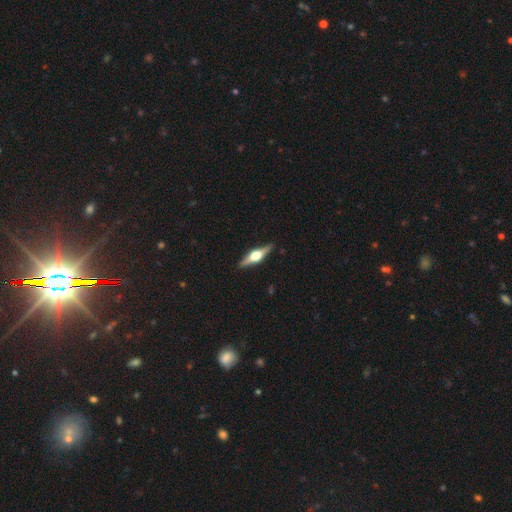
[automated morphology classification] featured or disk 77%, smooth 18%, star or artifact 5%. Down the decision tree: edge-on disk — yes (98%); edge-on bulge — rounded (95%); merging — none (90%).